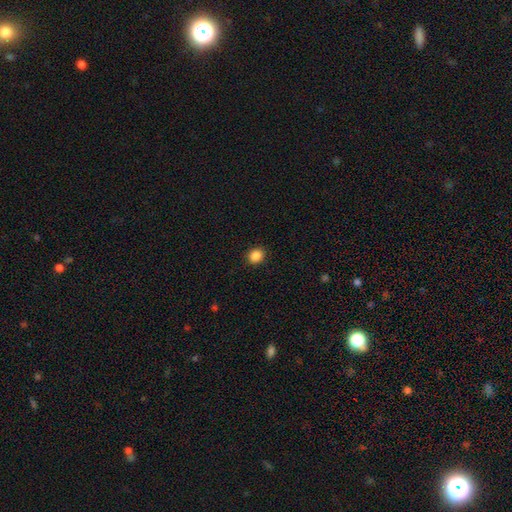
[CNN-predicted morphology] A smooth galaxy with no disk features (87%) that is round (69%). Merging: none (90%).